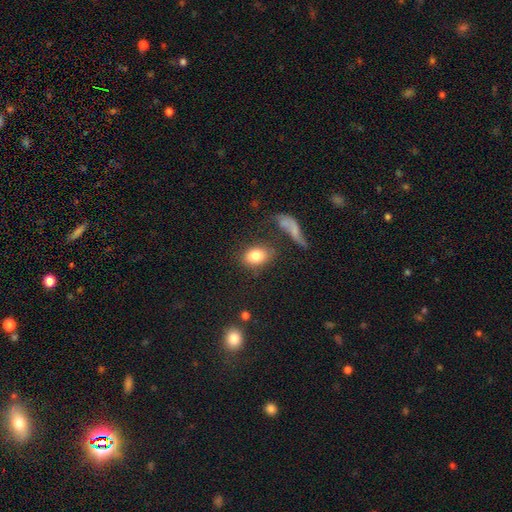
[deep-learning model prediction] Q: Smooth or featured?
A: smooth (82%); runner-up: featured or disk (9%)
Q: How rounded?
A: in between (74%); runner-up: round (24%)
Q: Merging?
A: none (69%); runner-up: minor disturbance (15%)